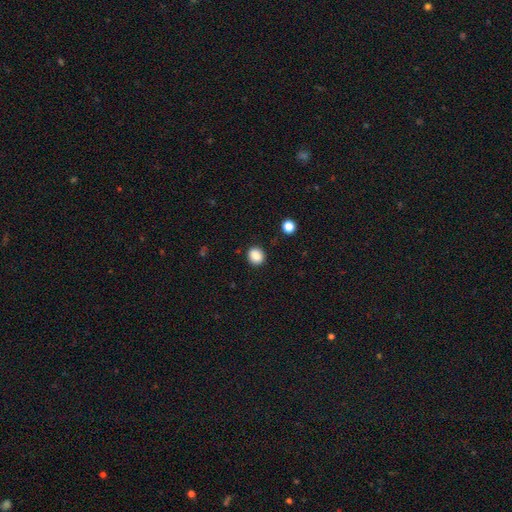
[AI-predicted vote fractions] smooth 87%, star or artifact 10%, featured or disk 4%. Down the decision tree: how rounded — round (69%); merging — none (87%).